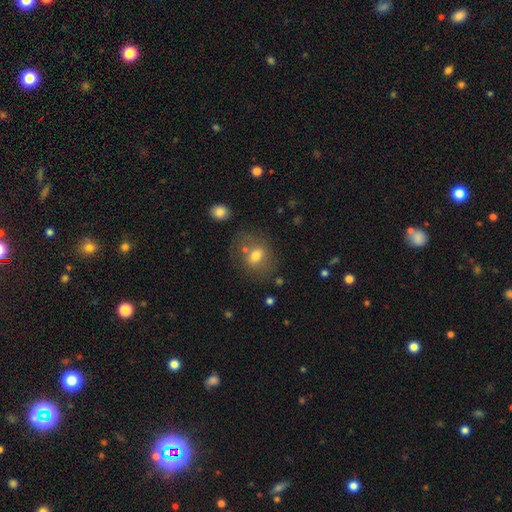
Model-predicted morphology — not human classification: Smooth or featured?
  - smooth: 71% *
  - featured or disk: 18%
  - star or artifact: 11%
How rounded?
  - round: 53% *
  - in between: 45%
  - cigar-shaped: 1%
Merging?
  - none: 61% *
  - minor disturbance: 17%
  - merger: 14%
  - major disturbance: 9%